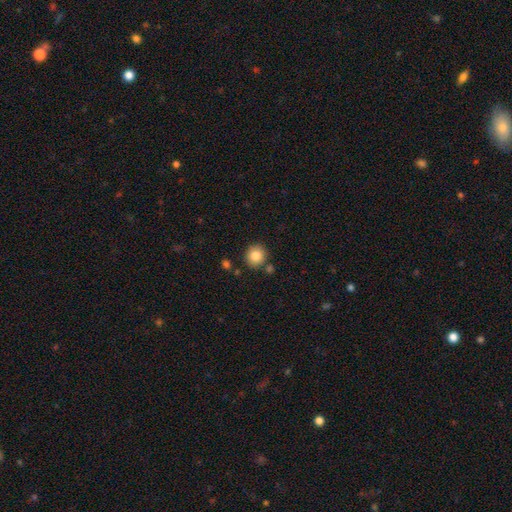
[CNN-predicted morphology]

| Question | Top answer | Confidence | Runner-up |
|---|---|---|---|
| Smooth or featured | smooth | 83% | star or artifact (10%) |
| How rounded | round | 87% | in between (12%) |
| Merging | none | 83% | minor disturbance (9%) |